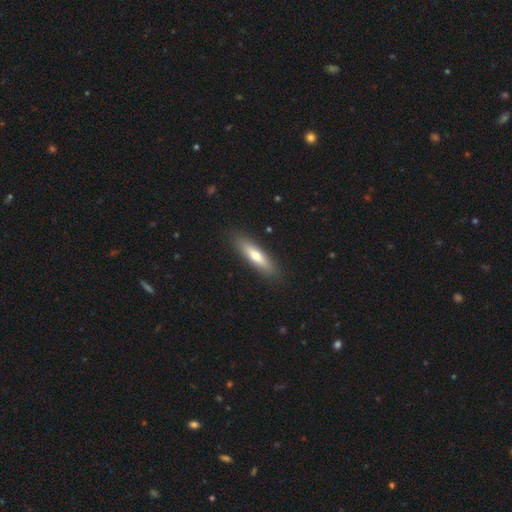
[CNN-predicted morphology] A smooth galaxy with no disk features (63%) that is cigar-shaped (74%).

Vote fractions:
- Smooth or featured? smooth: 63% / featured or disk: 32% / star or artifact: 6%
- How rounded? cigar-shaped: 74% / in between: 24% / round: 2%
- Merging? none: 88% / minor disturbance: 9% / major disturbance: 2% / merger: 1%